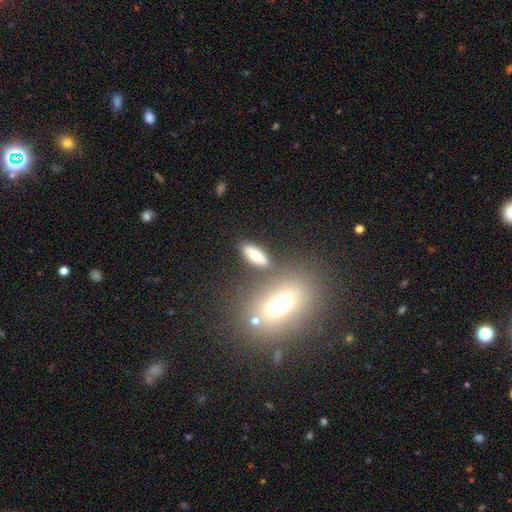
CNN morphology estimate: This is likely a smooth galaxy (70%). How rounded: likely in between (67%). Merging: likely none (76%).